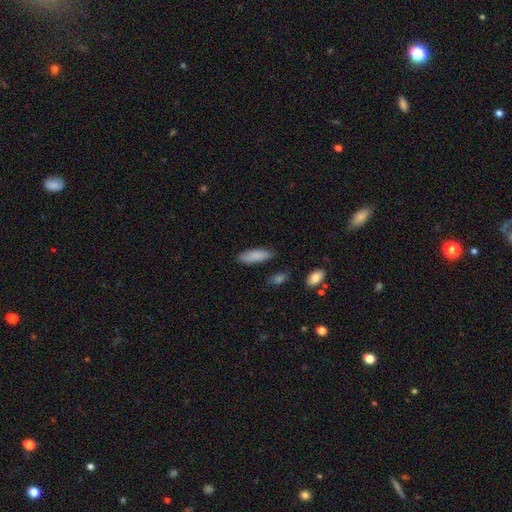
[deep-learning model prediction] The model was most divided on "how rounded": in between: 67%, cigar-shaped: 32%, round: 2%. More confident: smooth or featured — smooth (87%); merging — none (82%).